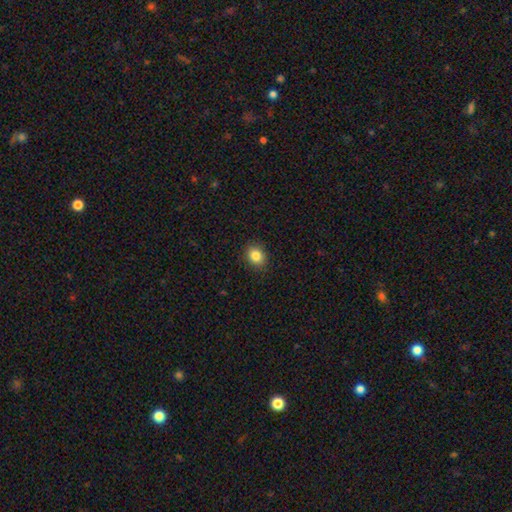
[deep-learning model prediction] Morphology: type=smooth (85%); roundness=round (58%); merging=none (90%).